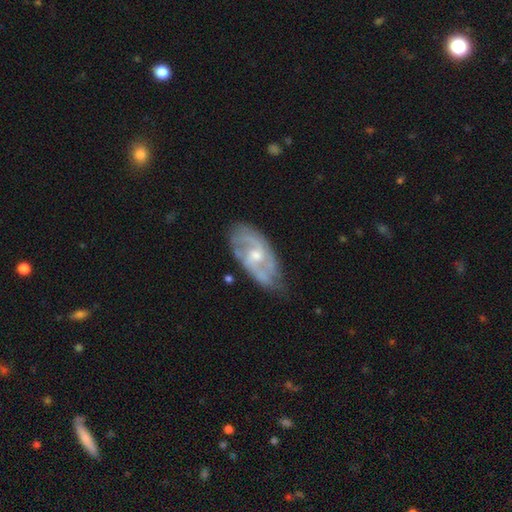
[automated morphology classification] A featured or disk galaxy (80%) with no bar (54%), 2 (60%) medium (48%) spiral arms (89%) and a moderate central bulge (51%). Merging: none (64%).